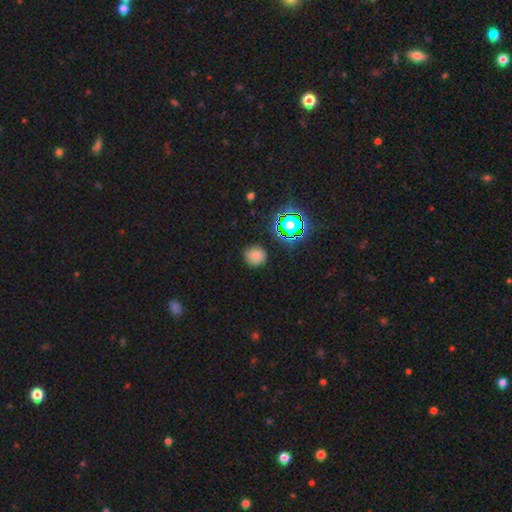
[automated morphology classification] A smooth galaxy with no disk features (73%) that is round (86%). Merging: none (83%).